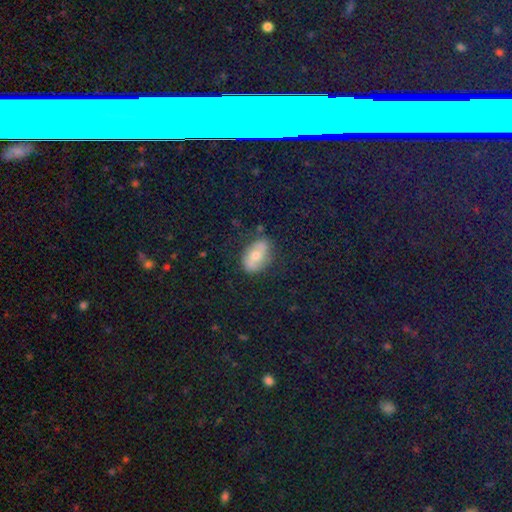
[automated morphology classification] smooth 52%, featured or disk 36%, star or artifact 12%. Down the decision tree: how rounded — in between (83%); merging — none (73%).